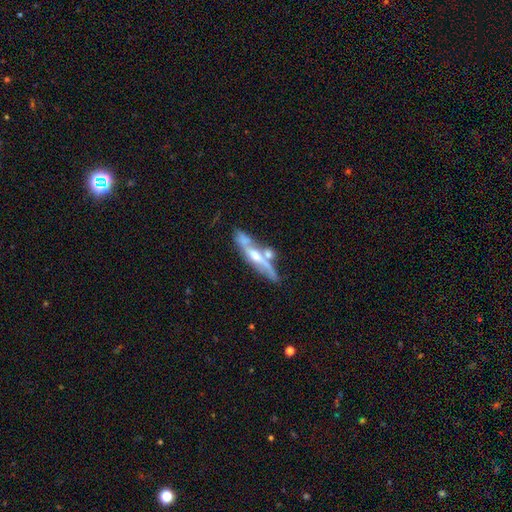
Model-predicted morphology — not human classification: smooth_or_featured: featured or disk (p=0.68) [alt: smooth p=0.25]
disk_edge_on: yes (p=0.69) [alt: no p=0.31]
merging: none (p=0.45) [alt: merger p=0.26]